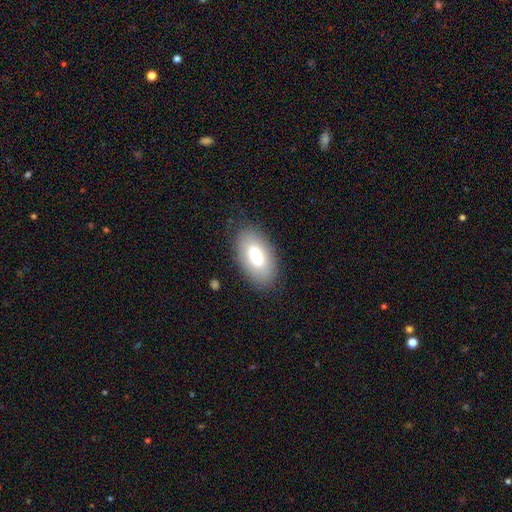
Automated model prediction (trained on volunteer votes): smooth_or_featured: smooth (p=0.78) [alt: featured or disk p=0.15]
how_rounded: in between (p=0.95) [alt: round p=0.03]
merging: none (p=0.82) [alt: minor disturbance p=0.13]